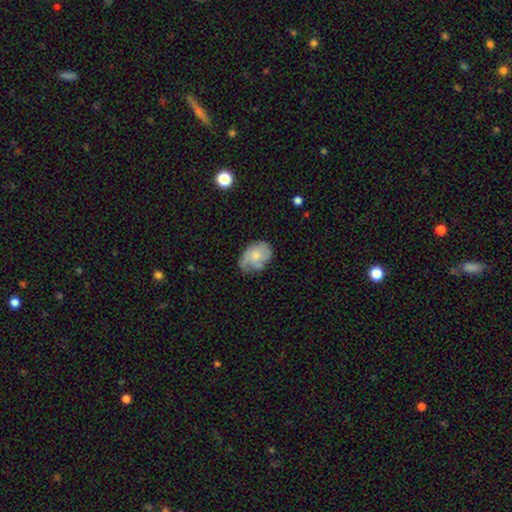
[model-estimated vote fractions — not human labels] A featured or disk galaxy (47%).

Vote fractions:
- Smooth or featured? featured or disk: 47% / smooth: 46% / star or artifact: 7%
- Merging? none: 49% / minor disturbance: 34% / major disturbance: 14% / merger: 2%